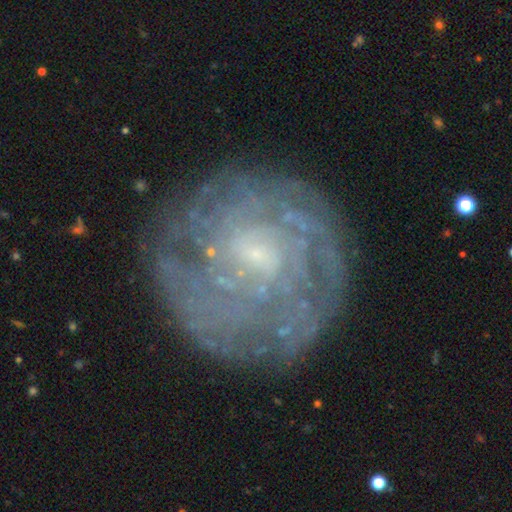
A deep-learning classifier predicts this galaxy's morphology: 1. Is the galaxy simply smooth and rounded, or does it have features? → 75% featured or disk, 16% smooth, 9% star or artifact.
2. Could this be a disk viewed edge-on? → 97% no, 3% yes.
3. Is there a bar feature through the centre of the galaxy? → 53% no, 38% weak, 9% strong.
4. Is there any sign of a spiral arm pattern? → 84% yes, 16% no.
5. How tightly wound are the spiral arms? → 73% tight, 20% medium, 8% loose.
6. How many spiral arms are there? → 51% can't tell, 12% 4, 11% 2, 10% more than 4, 10% 3, 7% 1.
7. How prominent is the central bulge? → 67% small, 17% none, 13% moderate, 2% large, 1% dominant.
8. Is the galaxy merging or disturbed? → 78% none, 13% minor disturbance, 7% major disturbance, 2% merger.